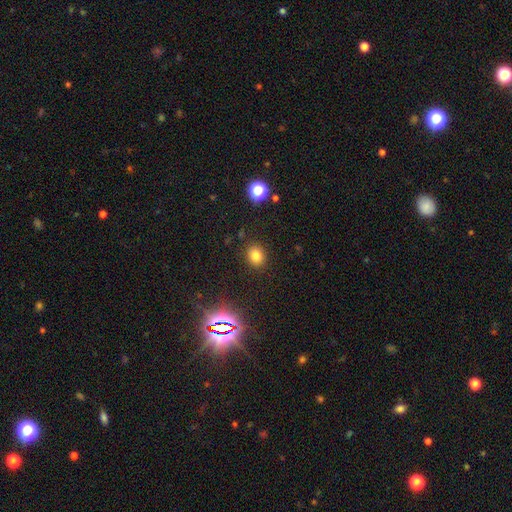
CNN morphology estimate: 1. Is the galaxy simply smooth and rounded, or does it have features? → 77% smooth, 16% star or artifact, 6% featured or disk.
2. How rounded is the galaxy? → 62% round, 37% in between, 1% cigar-shaped.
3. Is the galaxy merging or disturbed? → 88% none, 8% minor disturbance, 3% major disturbance, 2% merger.